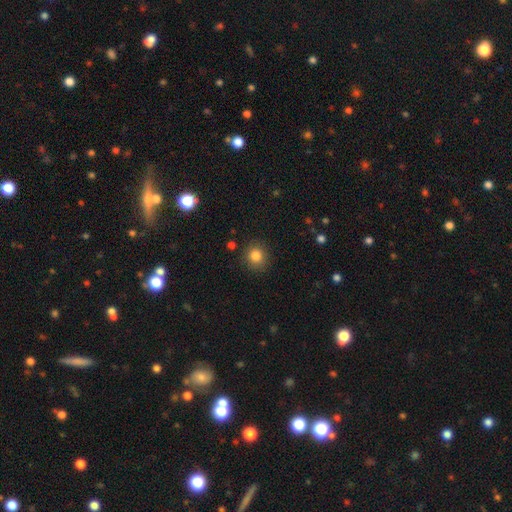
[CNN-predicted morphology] A smooth galaxy with no disk features (84%) that is round (87%).

Vote fractions:
- Smooth or featured? smooth: 84% / star or artifact: 11% / featured or disk: 6%
- How rounded? round: 87% / in between: 12% / cigar-shaped: 1%
- Merging? none: 88% / minor disturbance: 8% / major disturbance: 2% / merger: 1%